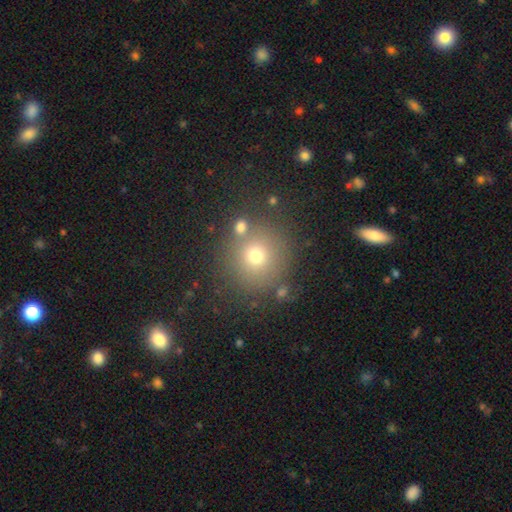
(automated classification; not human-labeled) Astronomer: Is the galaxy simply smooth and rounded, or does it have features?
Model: smooth — 70%.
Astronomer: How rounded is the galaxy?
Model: round — 93%.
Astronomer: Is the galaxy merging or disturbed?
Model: none — 79%.